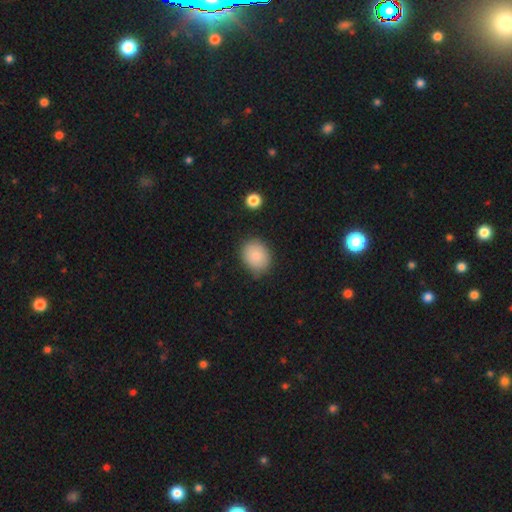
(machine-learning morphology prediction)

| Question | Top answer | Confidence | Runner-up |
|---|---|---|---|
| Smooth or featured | smooth | 85% | star or artifact (8%) |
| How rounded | round | 60% | in between (39%) |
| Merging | none | 77% | minor disturbance (17%) |